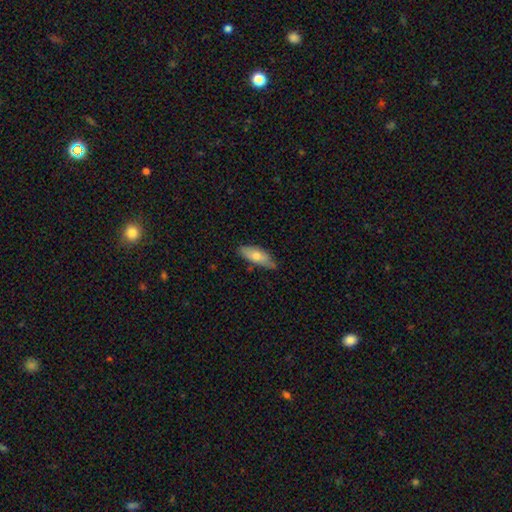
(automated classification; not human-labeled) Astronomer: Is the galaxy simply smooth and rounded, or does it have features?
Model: smooth — 65%.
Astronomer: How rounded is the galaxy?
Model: in between — 65%.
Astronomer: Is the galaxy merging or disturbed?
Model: none — 75%.